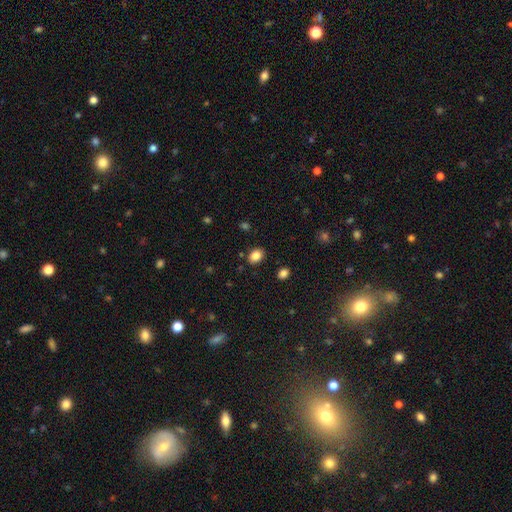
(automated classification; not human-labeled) Morphology: type=smooth (85%); roundness=in between (68%); merging=none (85%).